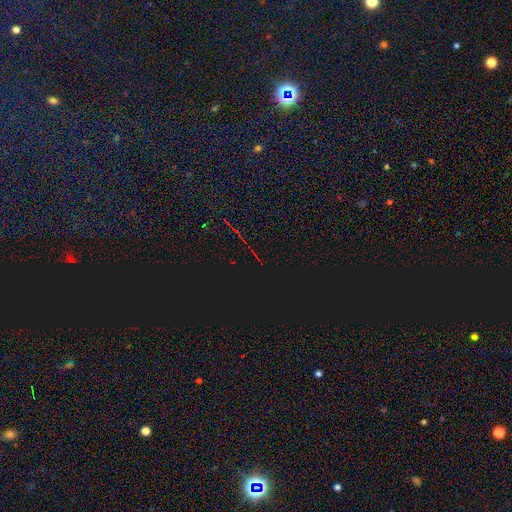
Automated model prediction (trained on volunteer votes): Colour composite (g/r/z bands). It shows a star or artifact, not a galaxy (85%).